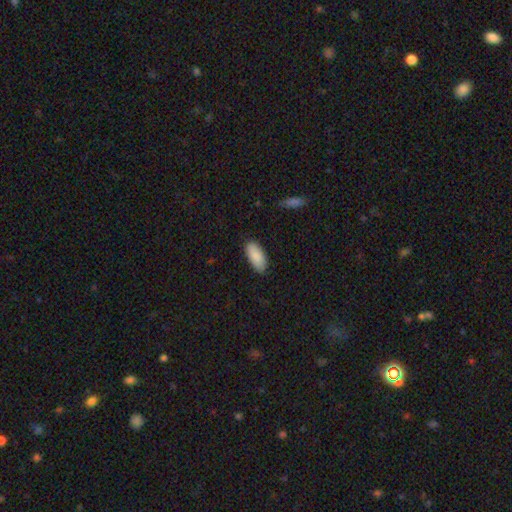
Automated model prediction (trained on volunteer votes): smooth_or_featured: smooth (p=0.88) [alt: featured or disk p=0.06]
how_rounded: in between (p=0.90) [alt: cigar-shaped p=0.08]
merging: none (p=0.86) [alt: minor disturbance p=0.11]